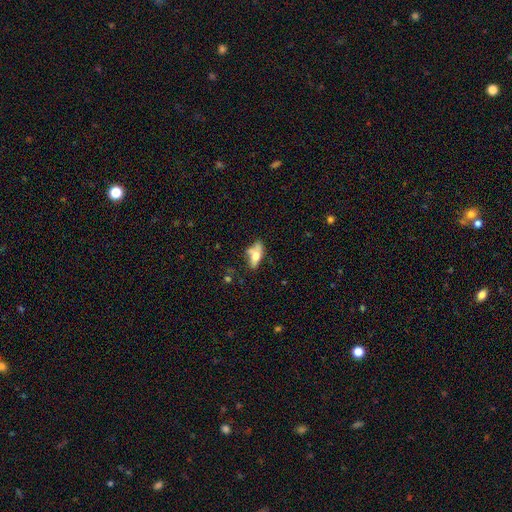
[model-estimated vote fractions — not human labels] This appears to be a smooth galaxy with no disk features (56%) that is in between round and cigar-shaped (77%). Merging: none (41%).